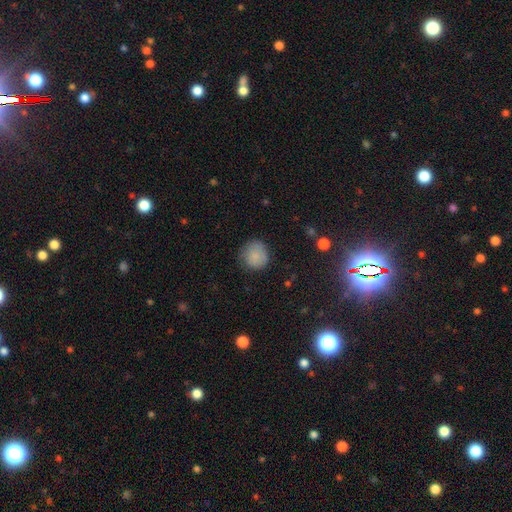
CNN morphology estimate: Overall: smooth (84%). How rounded: round (90%). Merging: none (74%).